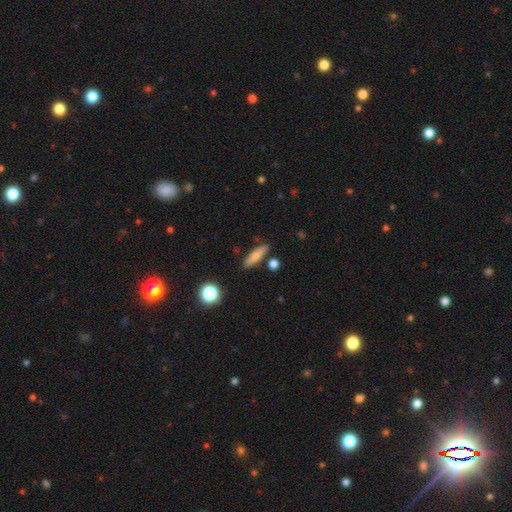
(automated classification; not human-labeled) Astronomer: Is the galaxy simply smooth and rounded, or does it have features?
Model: smooth — 77%.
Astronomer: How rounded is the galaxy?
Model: cigar-shaped — 64%.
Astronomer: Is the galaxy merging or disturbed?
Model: none — 83%.